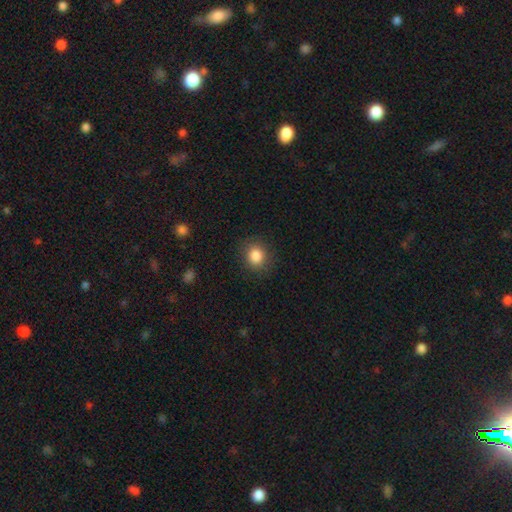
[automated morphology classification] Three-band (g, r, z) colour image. It shows a smooth galaxy with no disk features (85%) that is round (71%). Merging: none (85%).